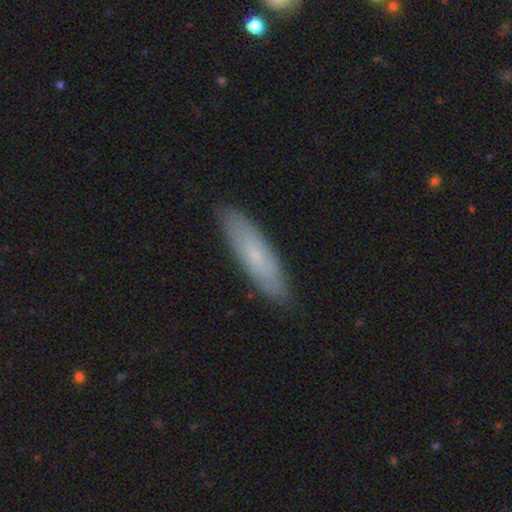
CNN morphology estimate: A smooth galaxy with no disk features (60%) that is cigar-shaped (67%). Merging: none (87%).